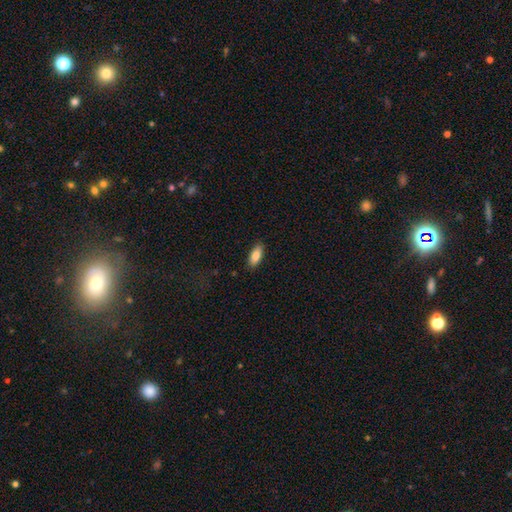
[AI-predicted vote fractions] Smooth or featured: smooth — 85% (featured or disk — 8%)
How rounded: in between — 80% (cigar-shaped — 18%)
Merging: none — 86% (minor disturbance — 10%)